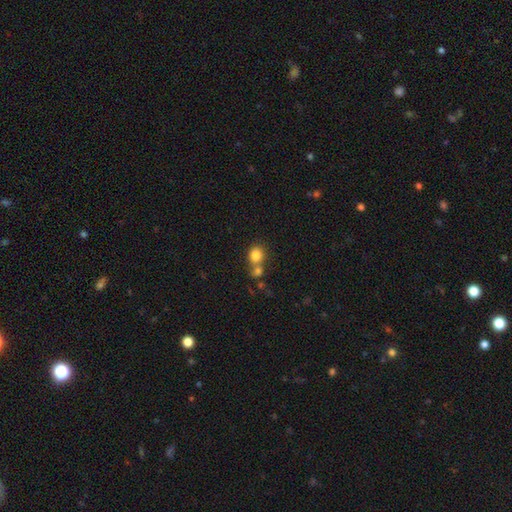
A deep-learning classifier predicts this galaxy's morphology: Smooth or featured? Predicted: smooth (p=0.82). How rounded? Predicted: round (p=0.75). Merging? Predicted: none (p=0.46).